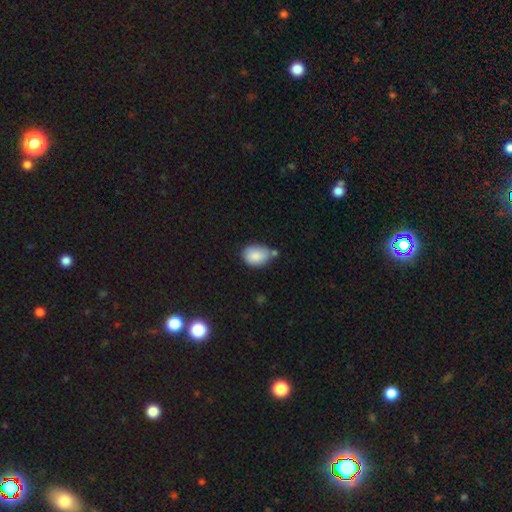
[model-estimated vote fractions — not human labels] Smooth or featured: smooth — 85% (featured or disk — 8%)
How rounded: in between — 74% (round — 25%)
Merging: none — 52% (minor disturbance — 27%)